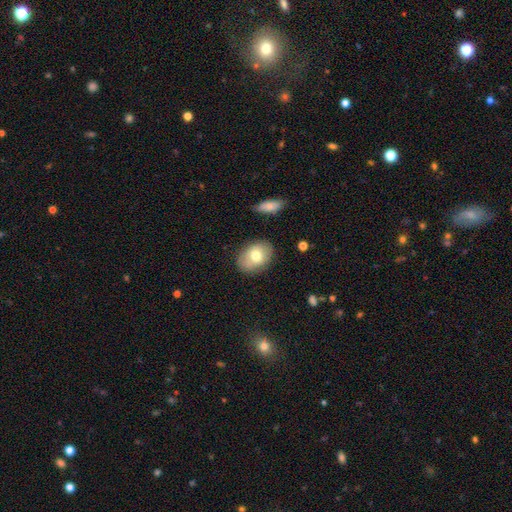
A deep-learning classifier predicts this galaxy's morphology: Smooth or featured?
  - smooth: 71% *
  - featured or disk: 22%
  - star or artifact: 7%
How rounded?
  - in between: 76% *
  - round: 23%
  - cigar-shaped: 1%
Merging?
  - none: 82% *
  - minor disturbance: 13%
  - major disturbance: 3%
  - merger: 2%